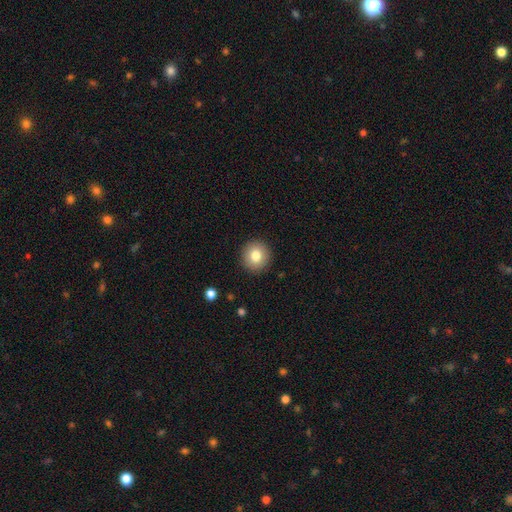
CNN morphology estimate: Smooth or featured? Predicted: smooth (p=0.80). How rounded? Predicted: round (p=0.92). Merging? Predicted: none (p=0.92).